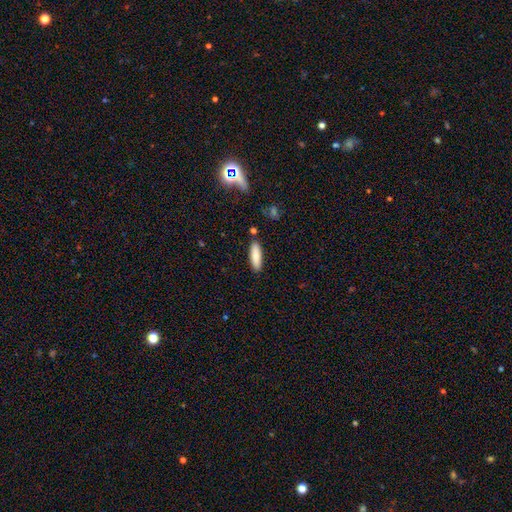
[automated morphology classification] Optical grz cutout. It shows a smooth galaxy with no disk features (84%) that is cigar-shaped (58%). Merging: none (87%).